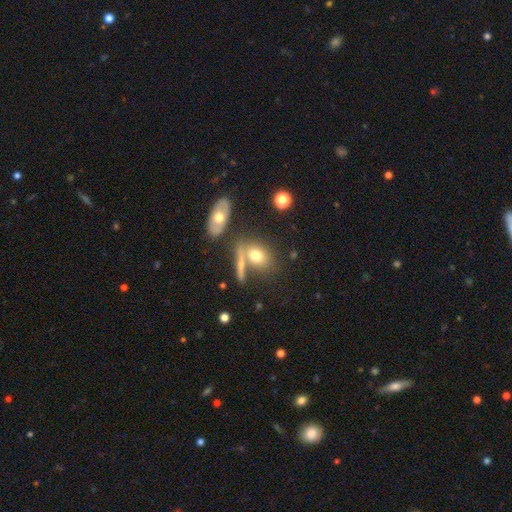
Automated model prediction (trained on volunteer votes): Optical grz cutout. It shows a smooth galaxy with no disk features (67%) that is in between round and cigar-shaped (66%). Merging: none (55%).